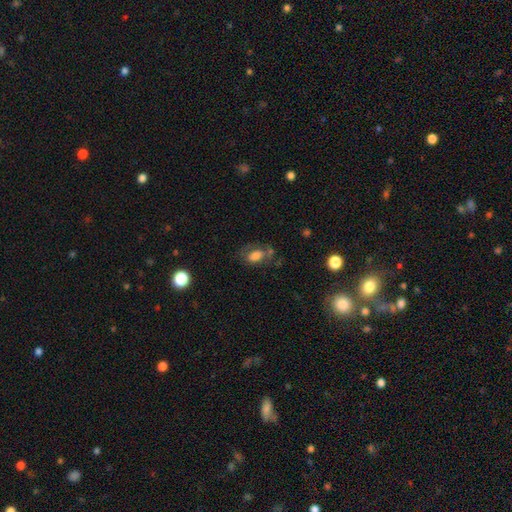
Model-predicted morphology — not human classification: This appears to be a smooth galaxy with no disk features (64%) that is in between round and cigar-shaped (86%). Merging: none (47%).